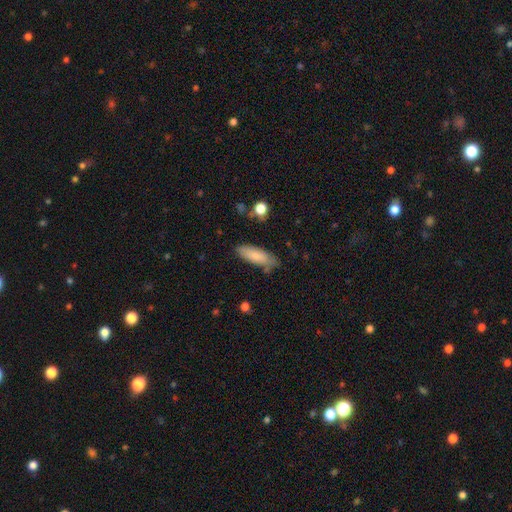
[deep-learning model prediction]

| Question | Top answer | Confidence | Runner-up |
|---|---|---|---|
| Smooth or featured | smooth | 83% | featured or disk (11%) |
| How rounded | in between | 57% | cigar-shaped (41%) |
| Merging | none | 73% | minor disturbance (20%) |